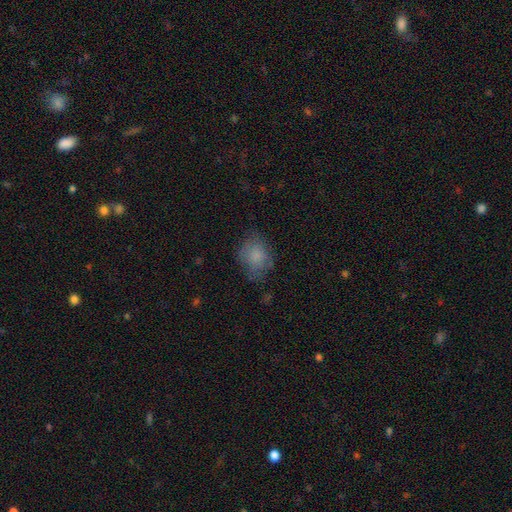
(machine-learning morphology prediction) smooth-or-featured: smooth: 76% | featured or disk: 14% | star or artifact: 10%
  how-rounded: round: 55% | in between: 44% | cigar-shaped: 1%
  merging: none: 62% | minor disturbance: 25% | major disturbance: 11% | merger: 2%